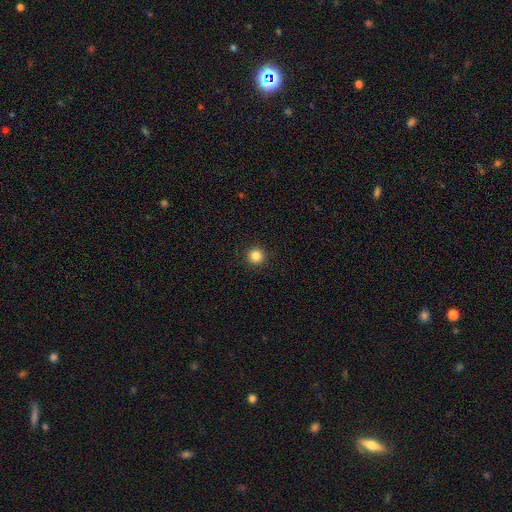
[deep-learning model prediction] This appears to be a smooth galaxy with no disk features (84%) that is round (96%). Merging: none (93%).